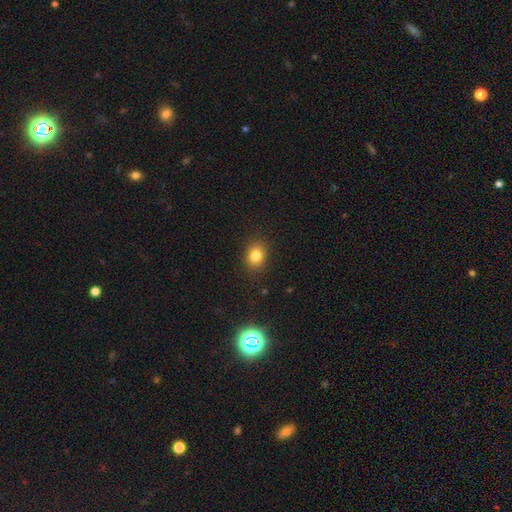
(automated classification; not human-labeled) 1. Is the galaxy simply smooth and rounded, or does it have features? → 81% smooth, 12% star or artifact, 7% featured or disk.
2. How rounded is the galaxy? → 54% round, 45% in between, 1% cigar-shaped.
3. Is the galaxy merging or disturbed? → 87% none, 9% minor disturbance, 3% major disturbance, 1% merger.